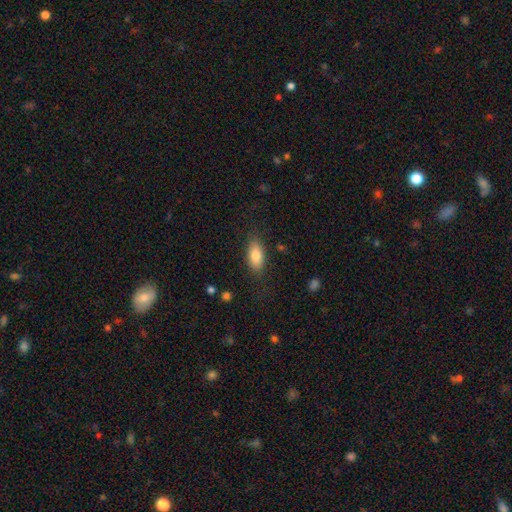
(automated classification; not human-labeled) Overall: smooth (80%). How rounded: in between (87%). Merging: none (82%).